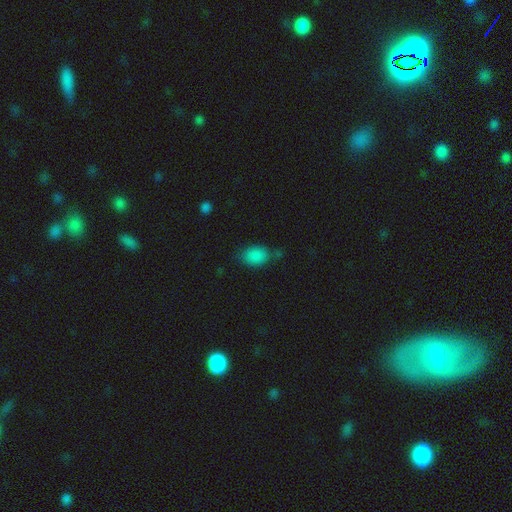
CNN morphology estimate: Smooth or featured: smooth — 85% (star or artifact — 10%)
How rounded: in between — 80% (round — 18%)
Merging: none — 64% (minor disturbance — 24%)